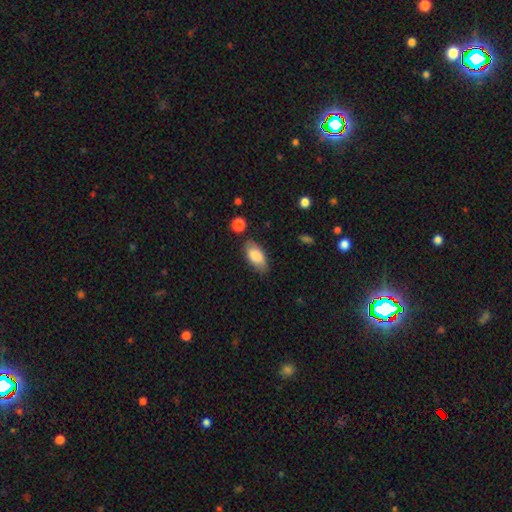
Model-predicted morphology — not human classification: The model was most divided on "merging": none: 76%, minor disturbance: 17%, major disturbance: 4%, merger: 3%. More confident: how rounded — in between (91%); smooth or featured — smooth (84%).